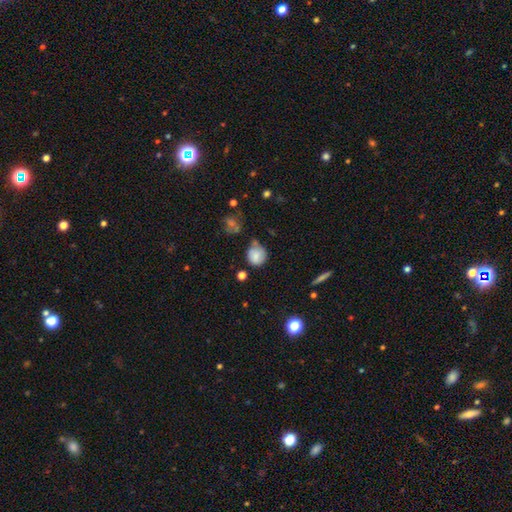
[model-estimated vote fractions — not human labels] Smooth or featured?
  - smooth: 77% *
  - featured or disk: 14%
  - star or artifact: 9%
How rounded?
  - round: 77% *
  - in between: 22%
  - cigar-shaped: 1%
Merging?
  - none: 49% *
  - minor disturbance: 33%
  - major disturbance: 10%
  - merger: 8%